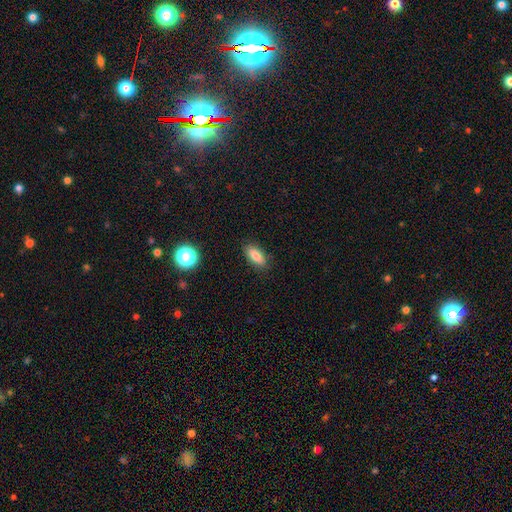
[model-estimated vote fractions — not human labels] A smooth galaxy with no disk features (83%) that is in between round and cigar-shaped (81%).

Vote fractions:
- Smooth or featured? smooth: 83% / star or artifact: 9% / featured or disk: 8%
- How rounded? in between: 81% / cigar-shaped: 15% / round: 4%
- Merging? none: 87% / minor disturbance: 10% / major disturbance: 2% / merger: 1%